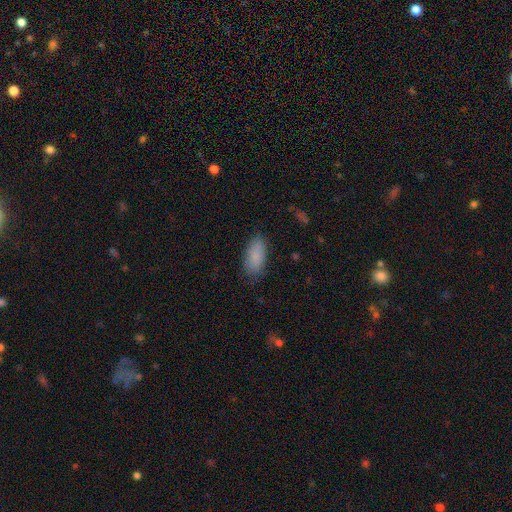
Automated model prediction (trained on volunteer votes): smooth-or-featured: smooth: 87% | star or artifact: 7% | featured or disk: 7%
  how-rounded: in between: 88% | cigar-shaped: 9% | round: 2%
  merging: none: 80% | minor disturbance: 15% | major disturbance: 3% | merger: 1%